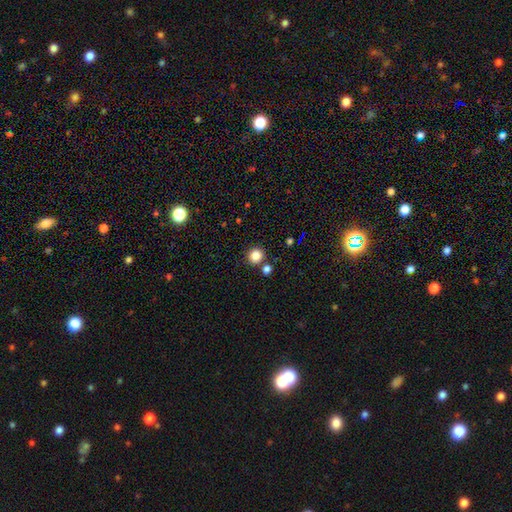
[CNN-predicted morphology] The model was most divided on "merging": none: 80%, merger: 10%, minor disturbance: 7%, major disturbance: 3%. More confident: how rounded — round (92%); smooth or featured — smooth (84%).